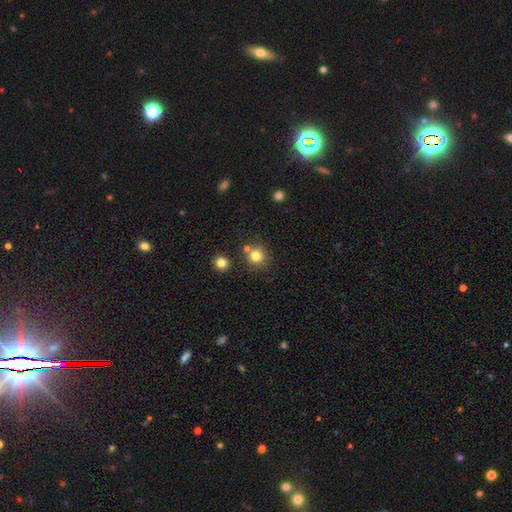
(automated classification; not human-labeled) A smooth galaxy with no disk features (80%) that is round (91%). Merging: none (75%).